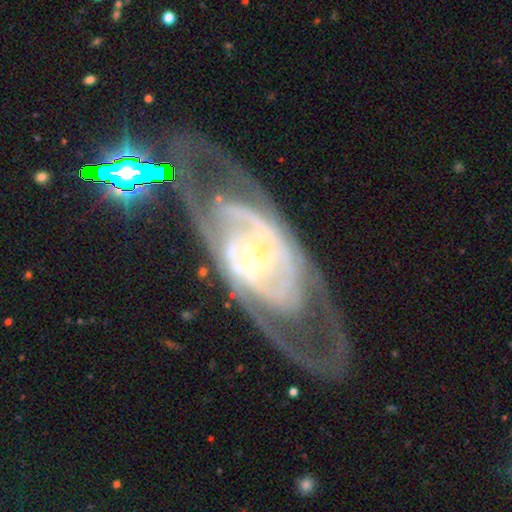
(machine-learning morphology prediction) This appears to be a featured or disk galaxy (87%) with no bar (38%), 2 (60%) tight (48%) spiral arms (91%) and a small central bulge (78%). Merging: none (66%).